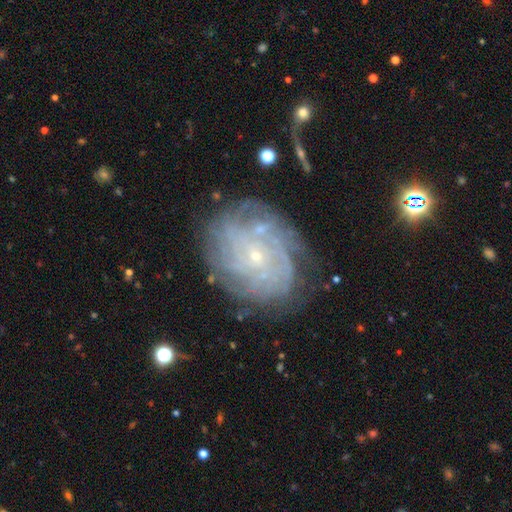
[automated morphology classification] Q: Smooth or featured?
A: featured or disk (79%); runner-up: smooth (12%)
Q: Edge-on disk?
A: no (97%); runner-up: yes (3%)
Q: Bar?
A: no (79%); runner-up: weak (17%)
Q: Spiral arms?
A: yes (91%); runner-up: no (9%)
Q: Spiral winding?
A: tight (72%); runner-up: medium (21%)
Q: Spiral arm count?
A: can't tell (39%); runner-up: more than 4 (23%)
Q: Bulge size?
A: small (87%); runner-up: moderate (9%)
Q: Merging?
A: none (72%); runner-up: minor disturbance (17%)